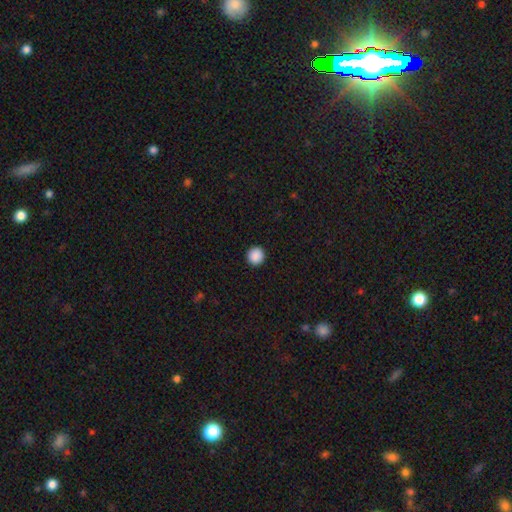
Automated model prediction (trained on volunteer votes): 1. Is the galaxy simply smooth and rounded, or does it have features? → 89% smooth, 9% star or artifact, 2% featured or disk.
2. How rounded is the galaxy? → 95% round, 4% in between, 1% cigar-shaped.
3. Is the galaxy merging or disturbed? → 93% none, 4% minor disturbance, 1% major disturbance, 1% merger.